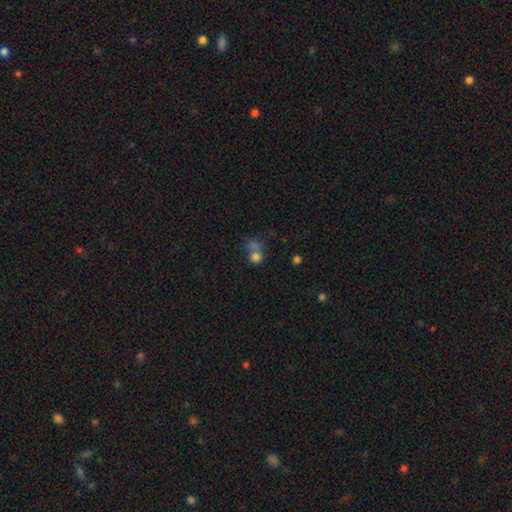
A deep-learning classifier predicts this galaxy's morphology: This appears to be a smooth galaxy with no disk features (76%) that is round (80%). Merging: merger (48%).